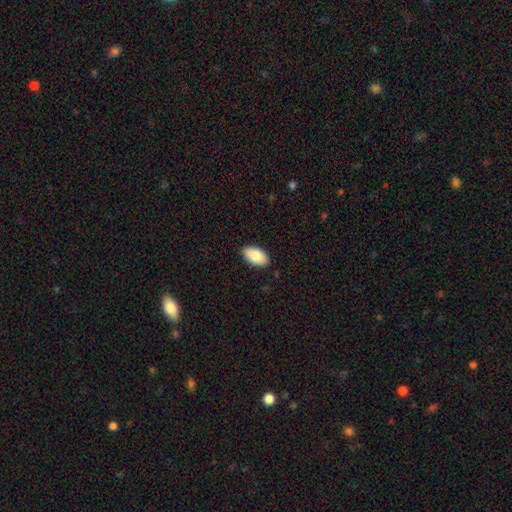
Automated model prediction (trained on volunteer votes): Morphology: type=smooth (86%); roundness=in between (95%); merging=none (88%).